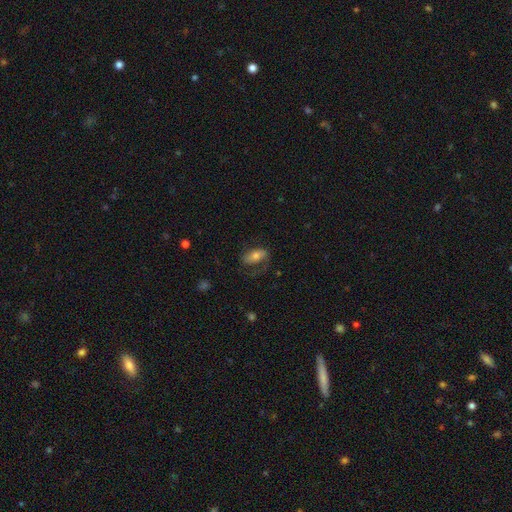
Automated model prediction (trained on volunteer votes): Smooth or featured: smooth — 53% (featured or disk — 39%)
How rounded: in between — 88% (cigar-shaped — 6%)
Merging: none — 55% (minor disturbance — 22%)